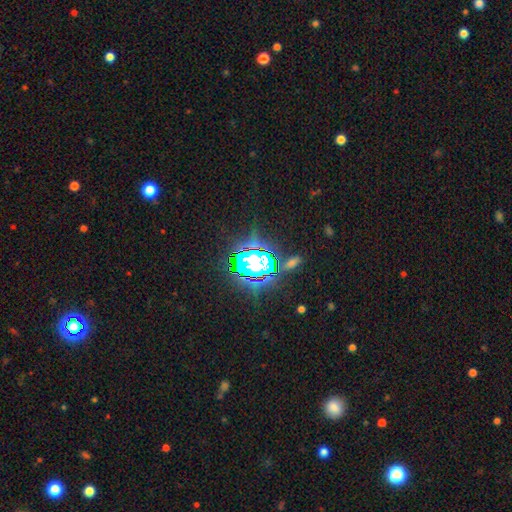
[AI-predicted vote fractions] star or artifact 79%, smooth 12%, featured or disk 9%.